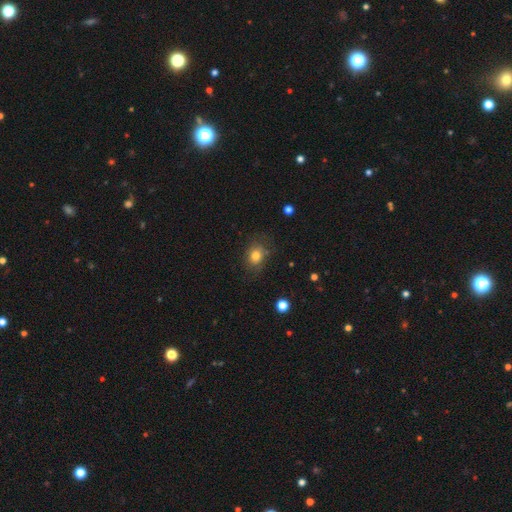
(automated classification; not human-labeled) Smooth or featured? Predicted: smooth (p=0.78). How rounded? Predicted: round (p=0.51). Merging? Predicted: none (p=0.75).